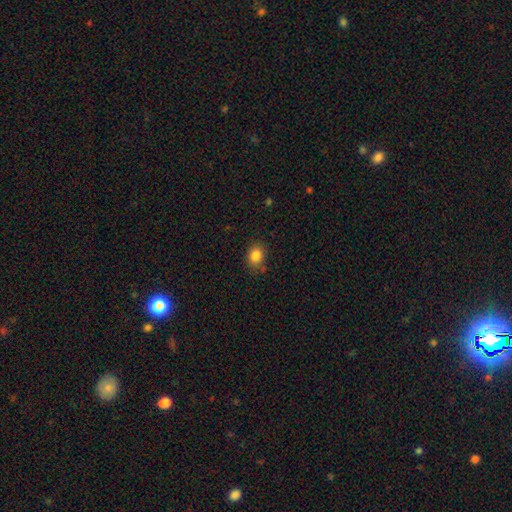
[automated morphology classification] The model was most divided on "how rounded": round: 53%, in between: 46%, cigar-shaped: 1%. More confident: smooth or featured — smooth (84%); merging — none (76%).